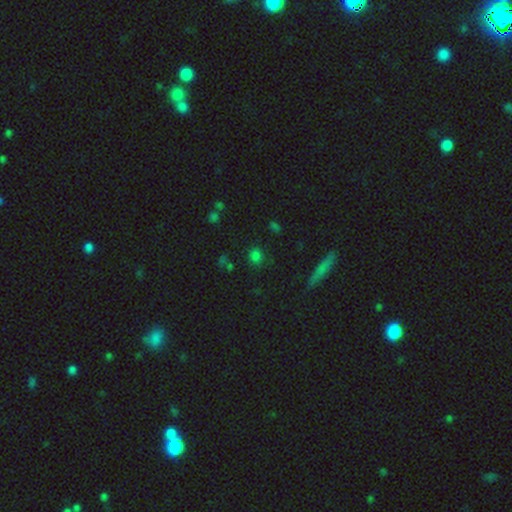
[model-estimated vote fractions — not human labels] A smooth galaxy with no disk features (71%) that is round (73%).

Vote fractions:
- Smooth or featured? smooth: 71% / star or artifact: 23% / featured or disk: 6%
- How rounded? round: 73% / in between: 24% / cigar-shaped: 3%
- Merging? none: 83% / minor disturbance: 10% / merger: 3% / major disturbance: 3%